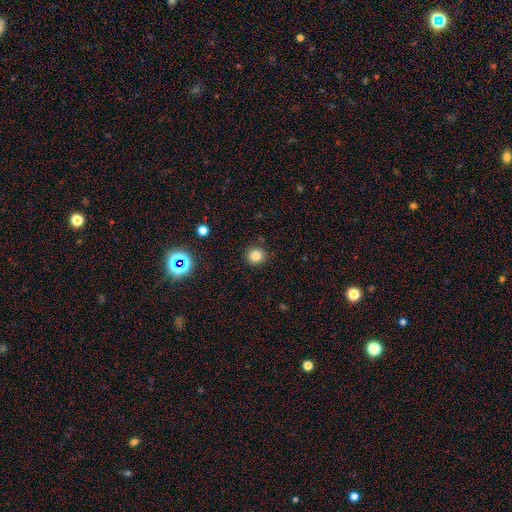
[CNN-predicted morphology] The model was most divided on "smooth or featured": smooth: 81%, star or artifact: 13%, featured or disk: 5%. More confident: how rounded — round (91%); merging — none (89%).